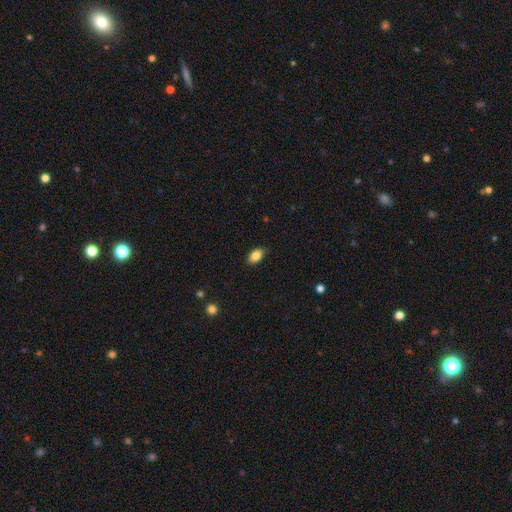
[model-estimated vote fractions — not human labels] Smooth or featured?
  - smooth: 85% *
  - star or artifact: 8%
  - featured or disk: 7%
How rounded?
  - in between: 90% *
  - round: 7%
  - cigar-shaped: 3%
Merging?
  - none: 86% *
  - minor disturbance: 11%
  - major disturbance: 2%
  - merger: 1%